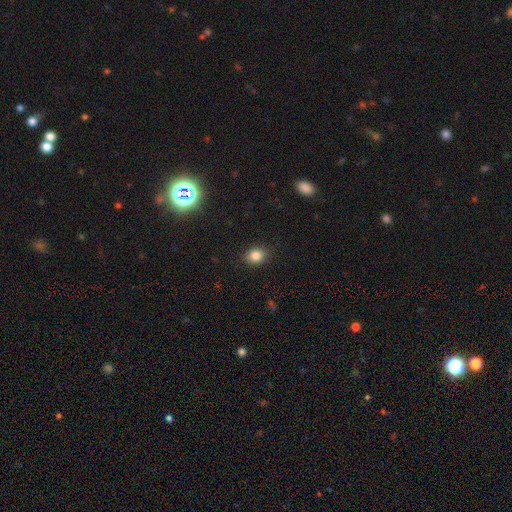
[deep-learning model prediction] smooth-or-featured: smooth: 83% | star or artifact: 11% | featured or disk: 6%
  how-rounded: round: 51% | in between: 48% | cigar-shaped: 1%
  merging: none: 87% | minor disturbance: 9% | major disturbance: 2% | merger: 1%